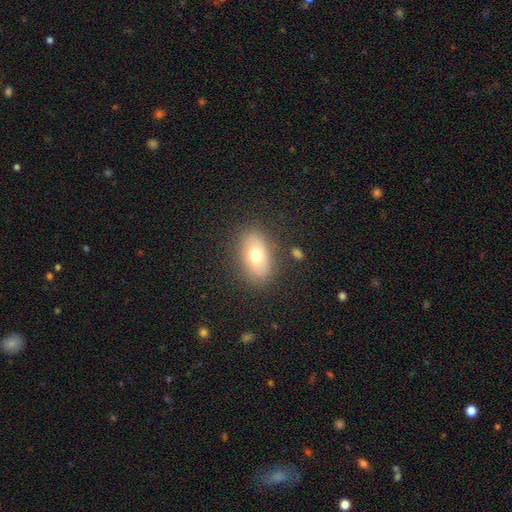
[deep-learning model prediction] This appears to be a smooth galaxy with no disk features (66%) that is in between round and cigar-shaped (87%). Merging: none (83%).